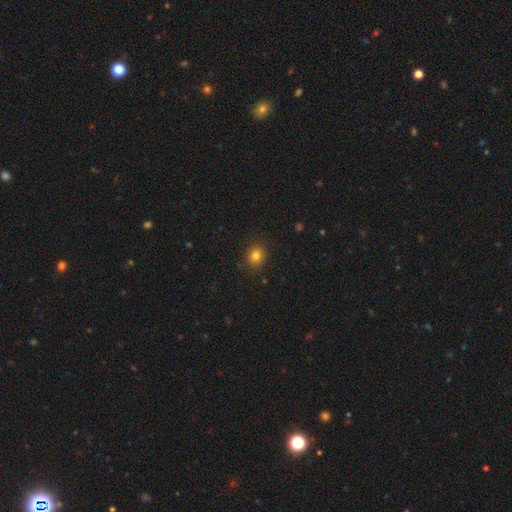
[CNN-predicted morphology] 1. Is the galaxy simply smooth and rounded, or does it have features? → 82% smooth, 13% star or artifact, 6% featured or disk.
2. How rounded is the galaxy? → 71% round, 28% in between, 1% cigar-shaped.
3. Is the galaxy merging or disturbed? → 88% none, 8% minor disturbance, 2% major disturbance, 1% merger.